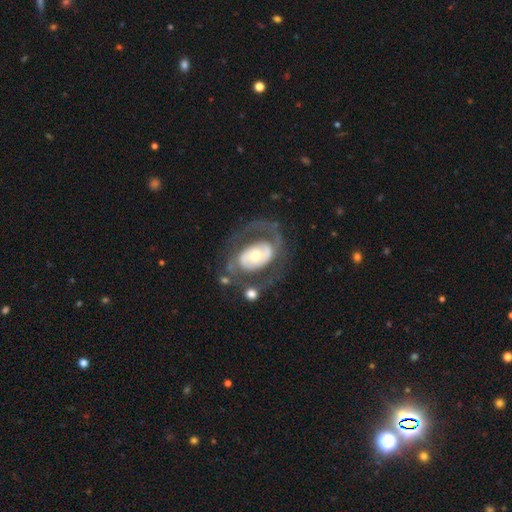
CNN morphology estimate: Overall: featured or disk (73%). Edge-on disk: no (95%). Bar: no (66%). Spiral arms: yes (62%; no 38%). Bulge size: moderate (63%). Merging: none (52%; major disturbance 25%).